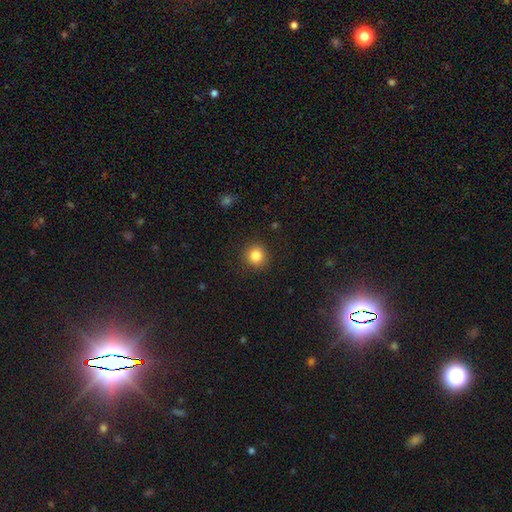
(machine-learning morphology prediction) This is clearly a smooth galaxy (83%). How rounded: clearly round (91%). Merging: clearly none (91%).